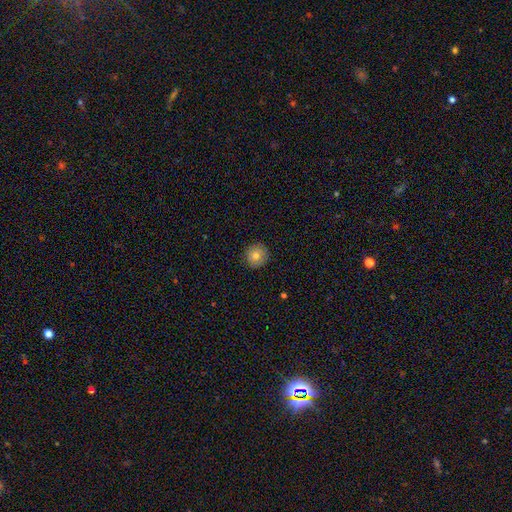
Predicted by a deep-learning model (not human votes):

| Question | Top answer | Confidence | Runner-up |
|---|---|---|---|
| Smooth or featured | smooth | 79% | featured or disk (12%) |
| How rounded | round | 94% | in between (5%) |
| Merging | none | 91% | minor disturbance (7%) |